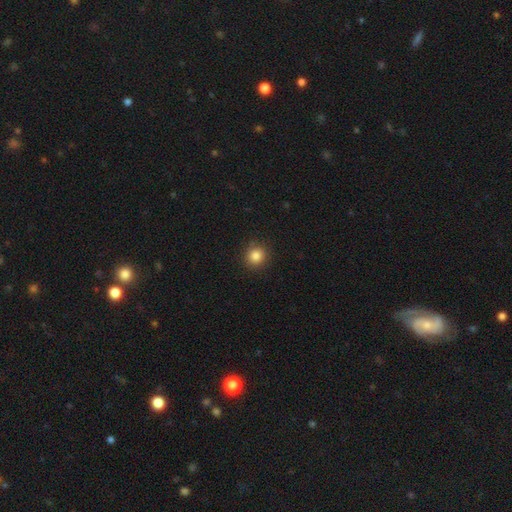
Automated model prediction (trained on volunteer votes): Smooth or featured: smooth — 84% (star or artifact — 11%)
How rounded: round — 90% (in between — 9%)
Merging: none — 90% (minor disturbance — 7%)